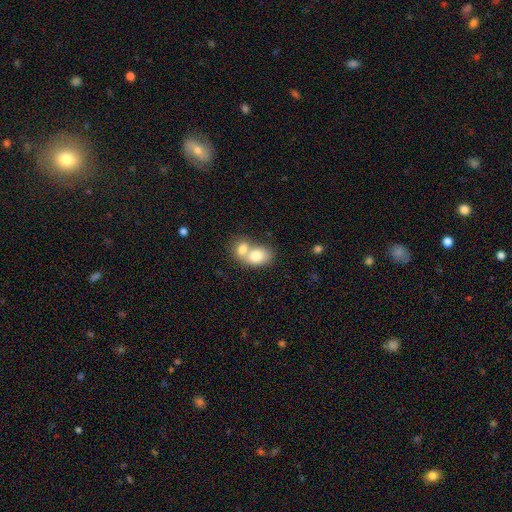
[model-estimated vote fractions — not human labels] Smooth or featured?
  - smooth: 76% *
  - featured or disk: 17%
  - star or artifact: 7%
How rounded?
  - in between: 74% *
  - round: 25%
  - cigar-shaped: 1%
Merging?
  - merger: 71% *
  - none: 20%
  - minor disturbance: 6%
  - major disturbance: 3%